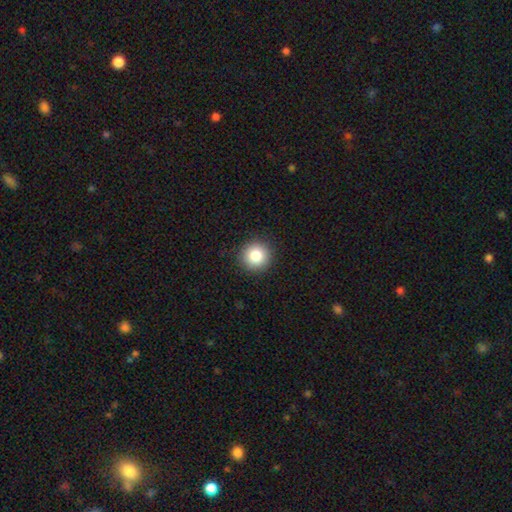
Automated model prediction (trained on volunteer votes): The model was most divided on "smooth or featured": smooth: 83%, star or artifact: 10%, featured or disk: 6%. More confident: how rounded — round (94%); merging — none (92%).